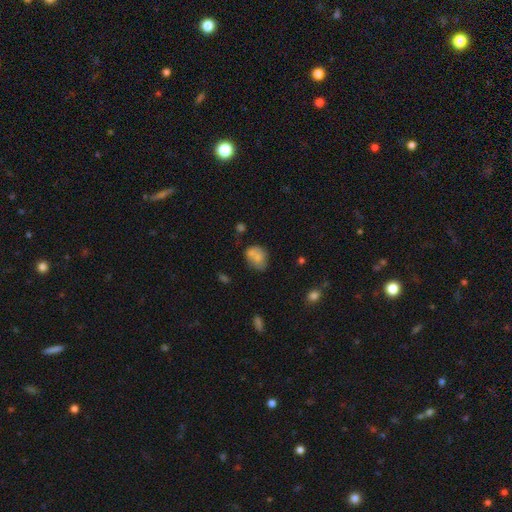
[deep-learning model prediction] A smooth galaxy with no disk features (71%) that is in between round and cigar-shaped (59%). Merging: none (41%).